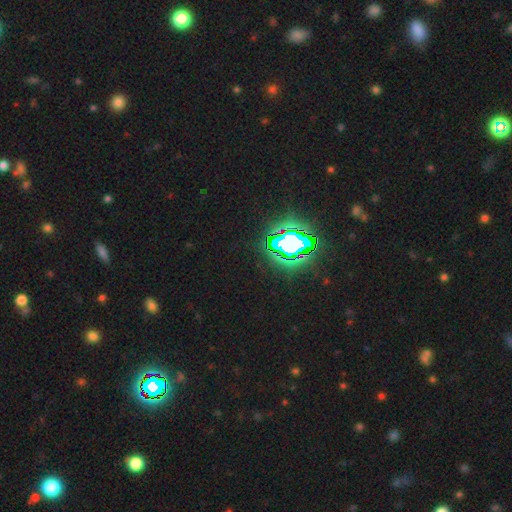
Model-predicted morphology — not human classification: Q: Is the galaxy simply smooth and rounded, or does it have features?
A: star or artifact — 81%.